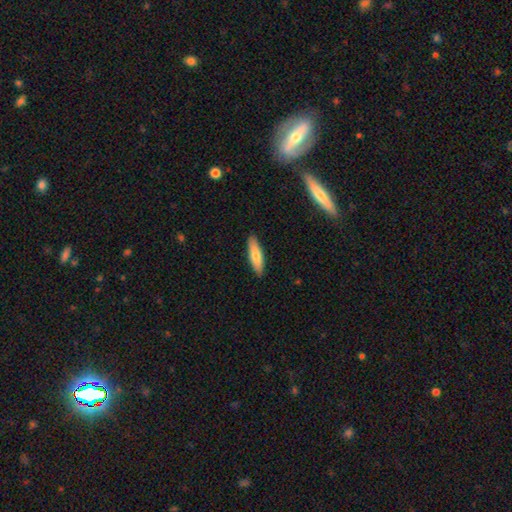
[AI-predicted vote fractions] A smooth galaxy with no disk features (74%) that is cigar-shaped (61%). Merging: none (89%).